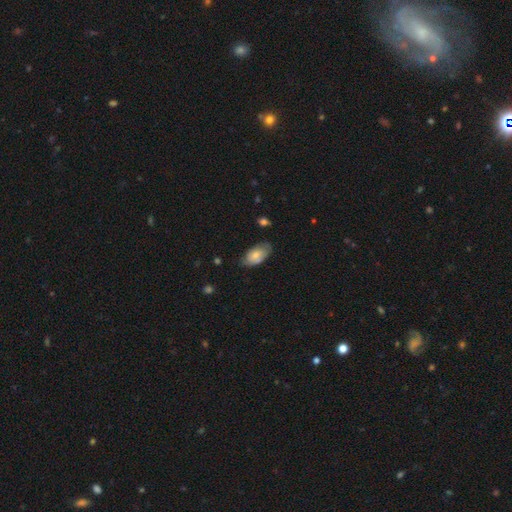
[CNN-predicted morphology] type=smooth (68%); roundness=in between (93%); merging=none (62%).